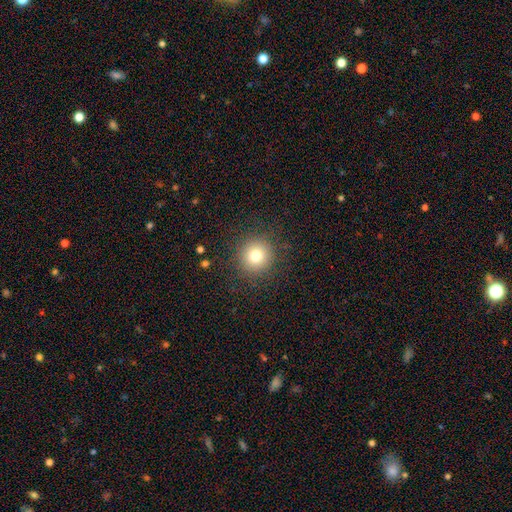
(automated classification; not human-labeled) Morphology: type=smooth (78%); roundness=round (94%); merging=none (89%).